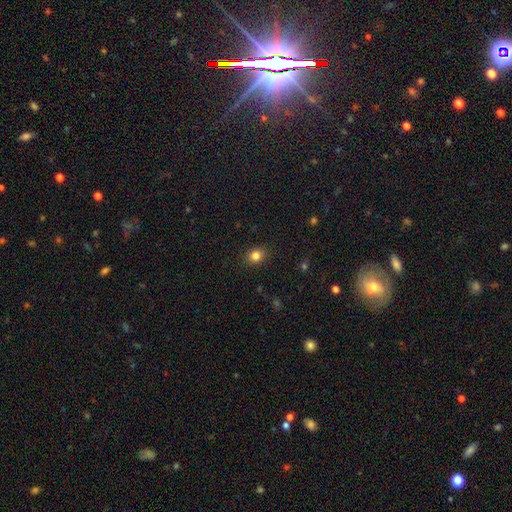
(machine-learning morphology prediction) A smooth galaxy with no disk features (83%) that is round (58%). Merging: none (89%).